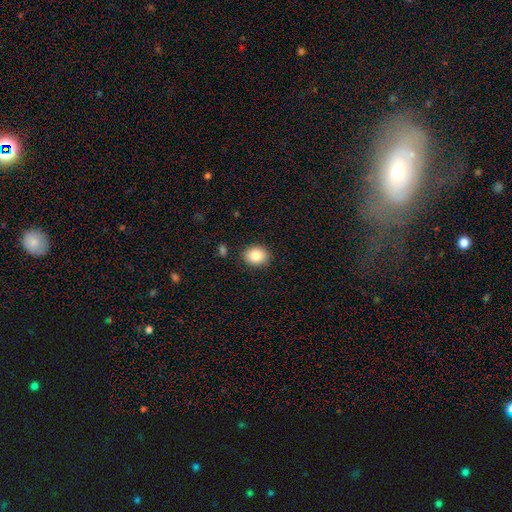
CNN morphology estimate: Smooth or featured: smooth — 85% (star or artifact — 8%)
How rounded: round — 53% (in between — 47%)
Merging: none — 87% (minor disturbance — 9%)